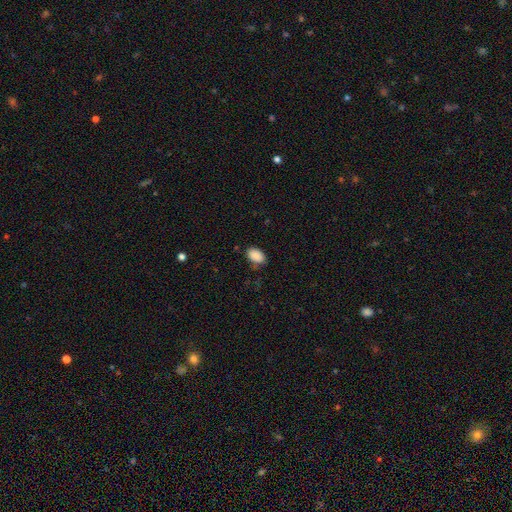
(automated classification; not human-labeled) A smooth galaxy with no disk features (89%) that is in between round and cigar-shaped (89%).

Vote fractions:
- Smooth or featured? smooth: 89% / star or artifact: 7% / featured or disk: 4%
- How rounded? in between: 89% / round: 10% / cigar-shaped: 1%
- Merging? none: 79% / minor disturbance: 16% / major disturbance: 3% / merger: 2%